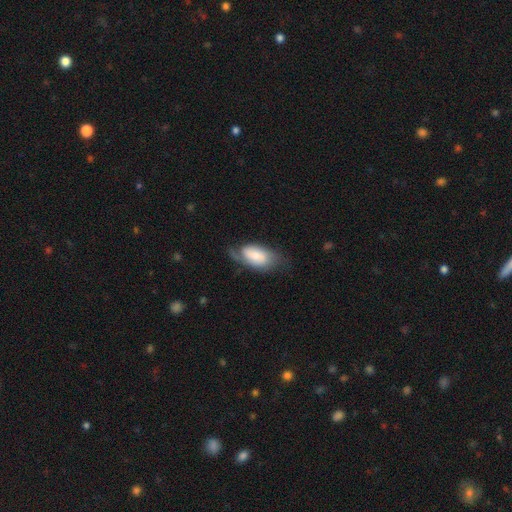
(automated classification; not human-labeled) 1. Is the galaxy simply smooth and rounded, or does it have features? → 48% smooth, 45% featured or disk, 6% star or artifact.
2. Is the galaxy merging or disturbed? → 50% none, 29% minor disturbance, 19% major disturbance, 2% merger.